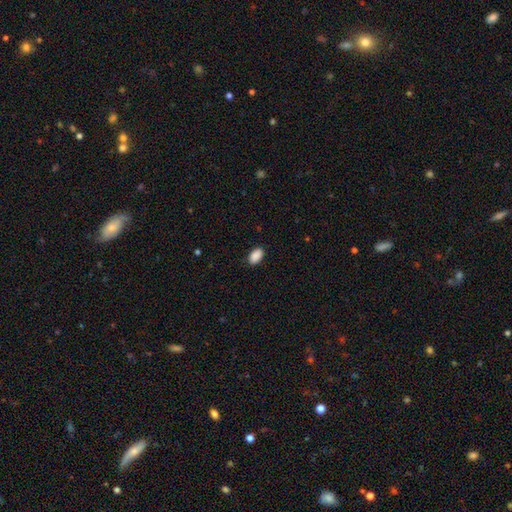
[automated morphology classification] type=smooth (90%); roundness=in between (94%); merging=none (87%).